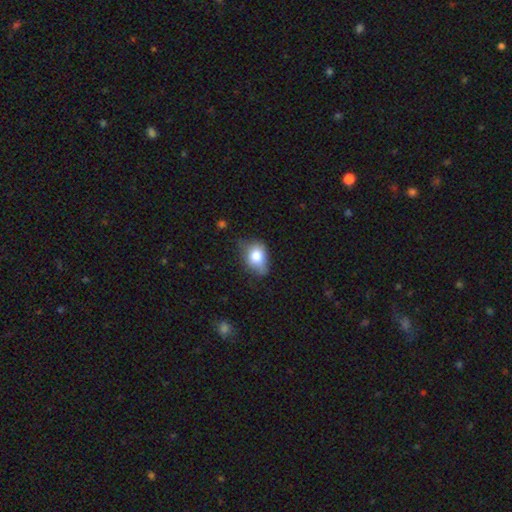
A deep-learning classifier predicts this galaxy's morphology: The model was most divided on "merging": none: 43%, minor disturbance: 41%, major disturbance: 13%, merger: 3%. More confident: smooth or featured — smooth (76%); how rounded — in between (69%).